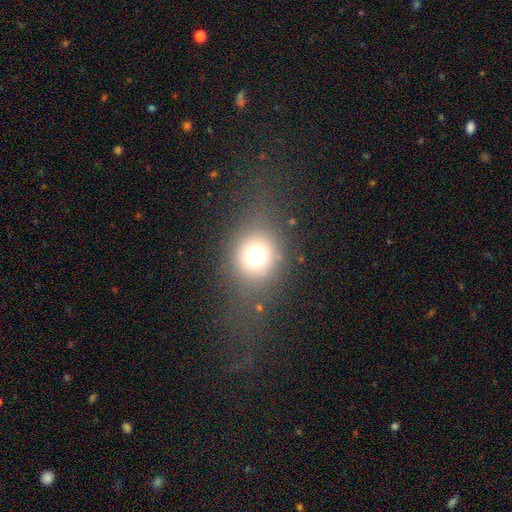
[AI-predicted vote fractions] Q: Smooth or featured?
A: smooth (69%); runner-up: star or artifact (19%)
Q: How rounded?
A: round (75%); runner-up: in between (23%)
Q: Merging?
A: none (76%); runner-up: minor disturbance (12%)